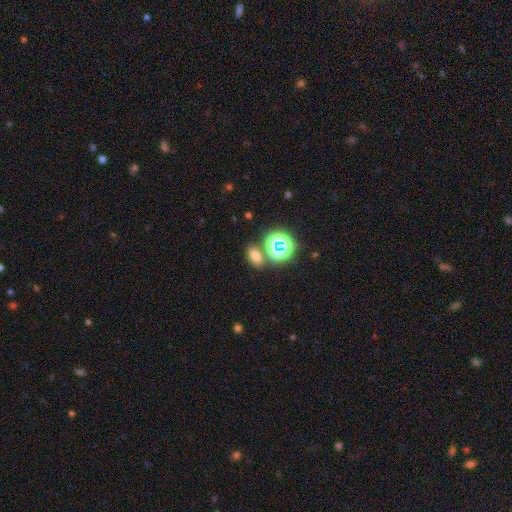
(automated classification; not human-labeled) Q: Smooth or featured?
A: smooth (61%); runner-up: star or artifact (29%)
Q: How rounded?
A: in between (73%); runner-up: round (24%)
Q: Merging?
A: none (75%); runner-up: merger (12%)